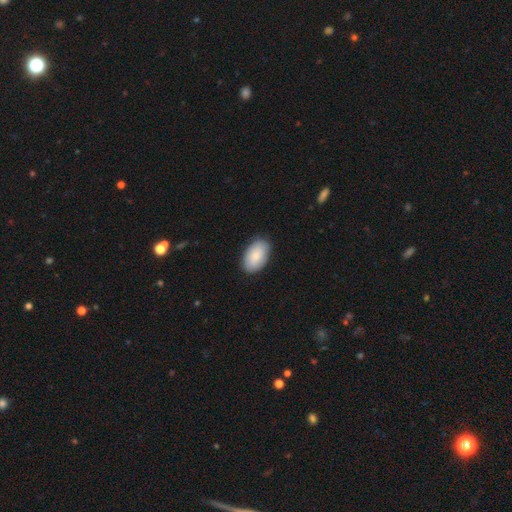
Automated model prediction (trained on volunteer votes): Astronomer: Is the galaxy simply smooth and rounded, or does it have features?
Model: smooth — 86%.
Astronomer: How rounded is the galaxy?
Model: in between — 94%.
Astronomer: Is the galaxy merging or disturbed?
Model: none — 86%.